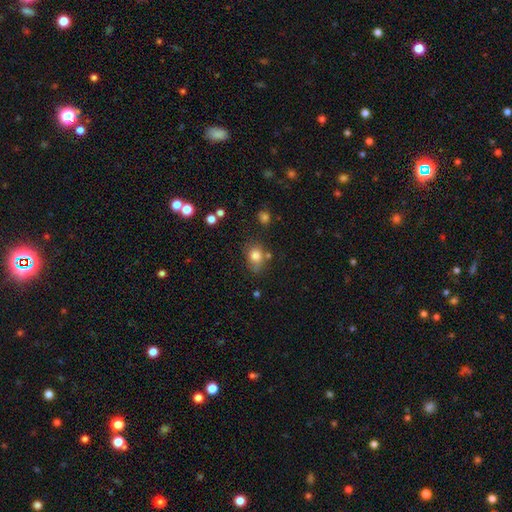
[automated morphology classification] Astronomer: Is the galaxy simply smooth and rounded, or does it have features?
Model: smooth — 81%.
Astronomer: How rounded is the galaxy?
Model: round — 52% (runner-up: in between, 47%).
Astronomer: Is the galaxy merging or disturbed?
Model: none — 61%.